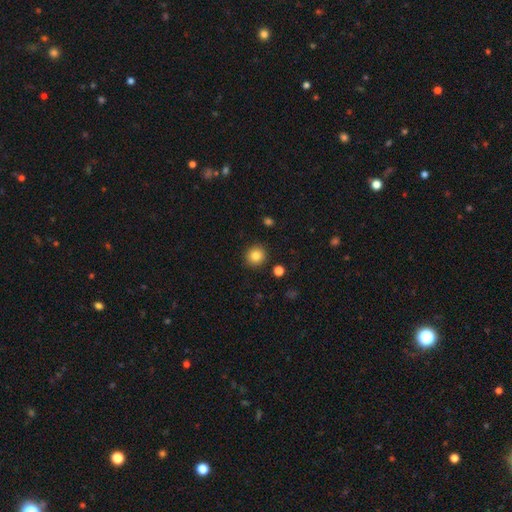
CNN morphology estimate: A smooth galaxy with no disk features (84%) that is round (90%). Merging: none (91%).